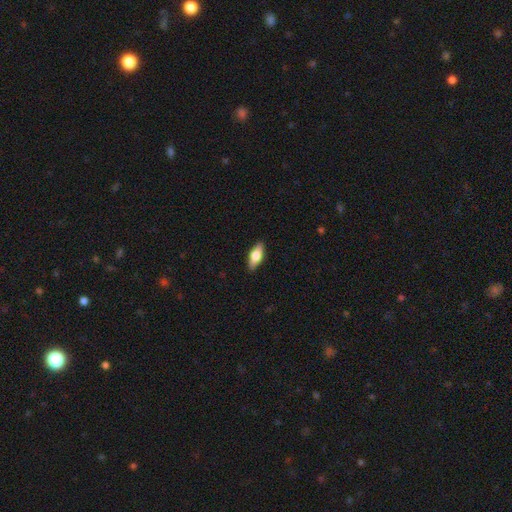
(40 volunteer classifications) A smooth galaxy with no disk features (52%) that is in between round and cigar-shaped (71%). Merging: none (78%).